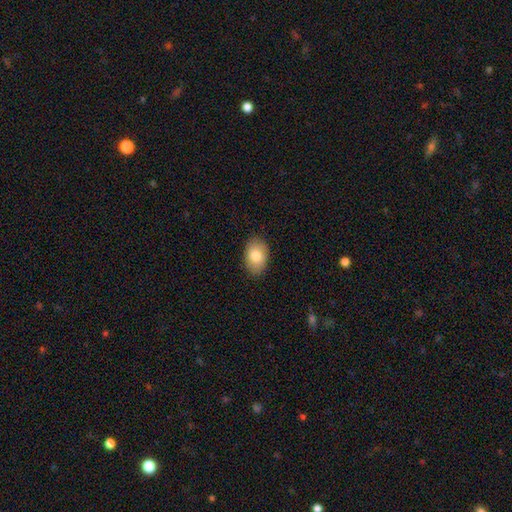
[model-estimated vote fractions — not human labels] Overall: smooth (83%). How rounded: in between (86%). Merging: none (86%).